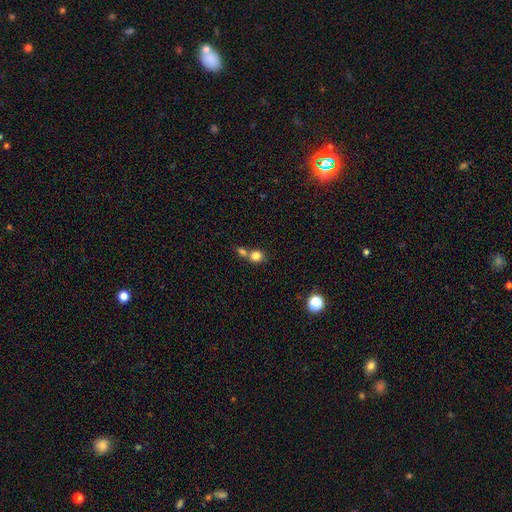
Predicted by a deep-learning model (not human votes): A smooth galaxy with no disk features (82%) that is round (81%). Merging: merger (45%).